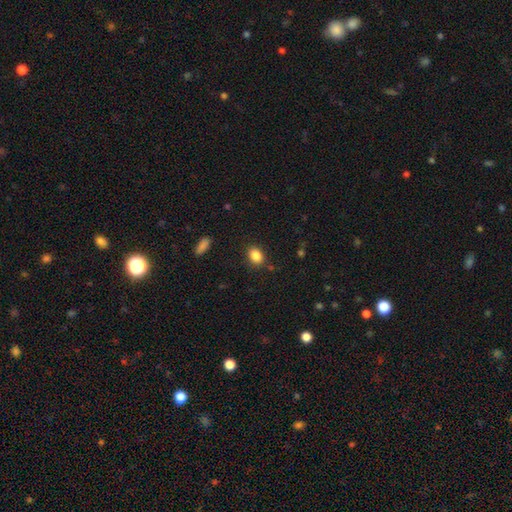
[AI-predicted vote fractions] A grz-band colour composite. It shows a smooth galaxy with no disk features (86%) that is in between round and cigar-shaped (73%). Merging: none (85%).